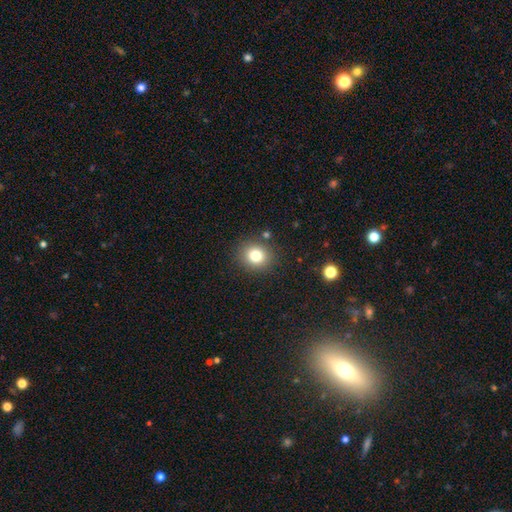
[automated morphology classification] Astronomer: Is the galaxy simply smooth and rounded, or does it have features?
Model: smooth — 79%.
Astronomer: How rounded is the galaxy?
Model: round — 80%.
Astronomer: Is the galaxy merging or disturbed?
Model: none — 86%.